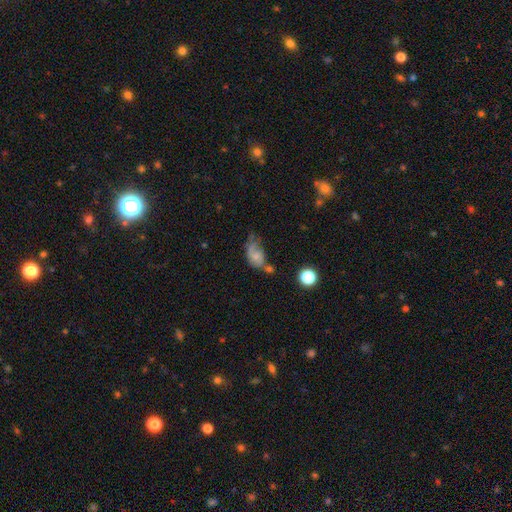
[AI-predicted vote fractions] This is possibly a smooth galaxy (57%). How rounded: clearly in between (82%). Merging: marginally major disturbance (31%).